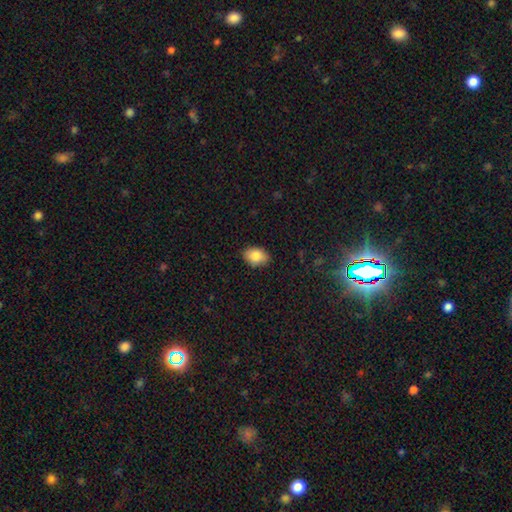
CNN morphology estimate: This appears to be a smooth galaxy with no disk features (84%) that is in between round and cigar-shaped (79%). Merging: none (85%).